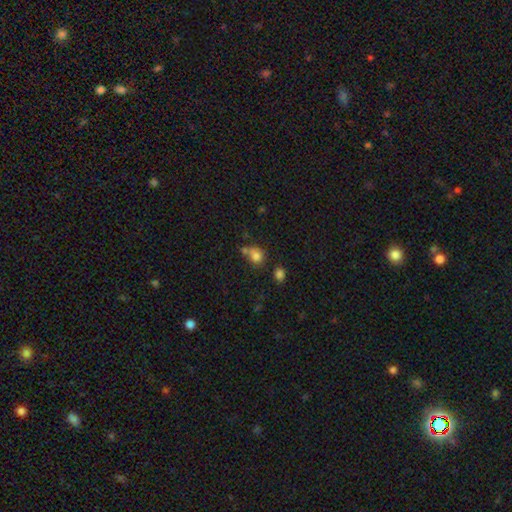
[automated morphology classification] This is likely a smooth galaxy (78%). How rounded: likely round (66%). Merging: possibly none (49%).